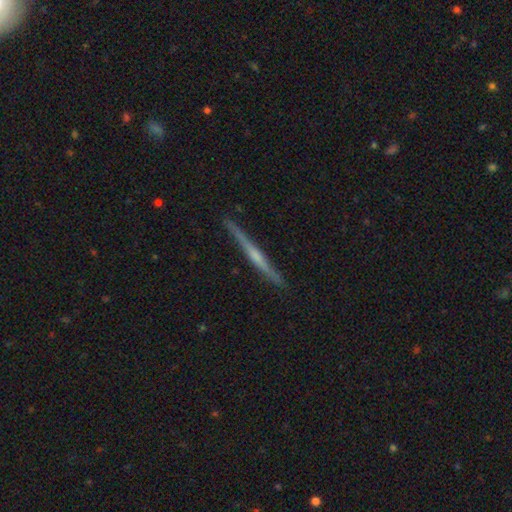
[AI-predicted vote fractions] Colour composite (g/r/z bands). It shows a featured or disk galaxy (77%) viewed edge-on (98%) with a rounded central bulge (63%). Merging: none (90%).